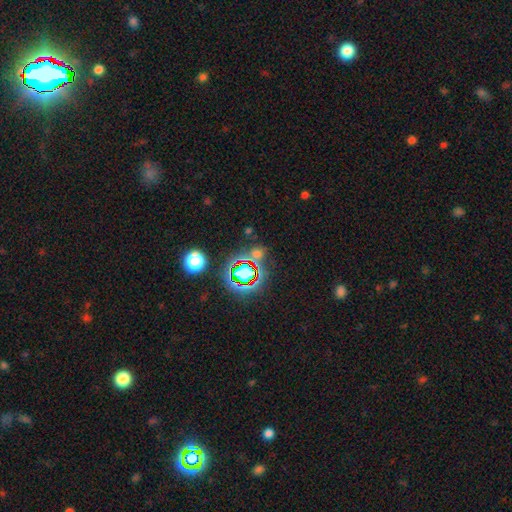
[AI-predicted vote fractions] Morphology: type=star or artifact (71%).